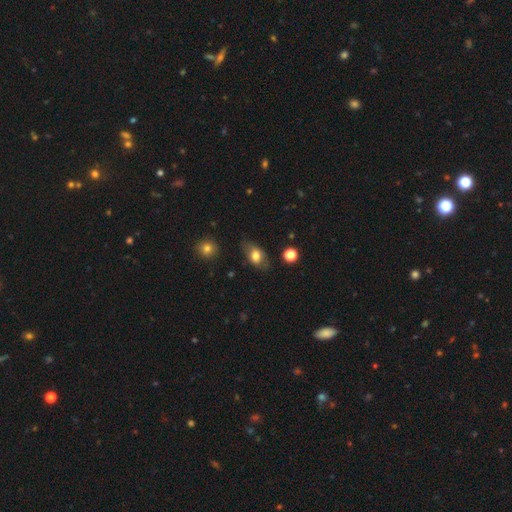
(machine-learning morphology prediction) Smooth or featured?
  - smooth: 72% *
  - featured or disk: 20%
  - star or artifact: 8%
How rounded?
  - in between: 85% *
  - round: 12%
  - cigar-shaped: 4%
Merging?
  - none: 75% *
  - minor disturbance: 18%
  - major disturbance: 5%
  - merger: 2%